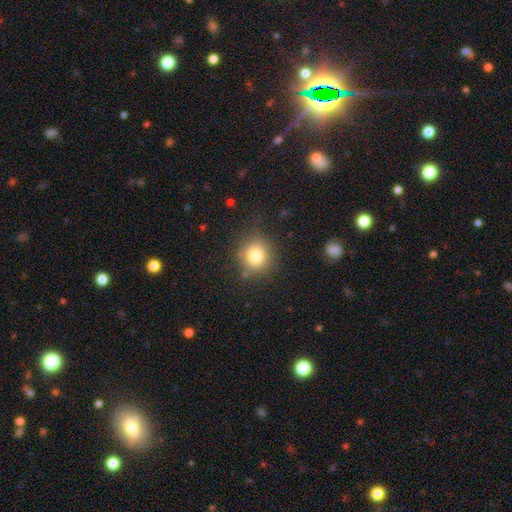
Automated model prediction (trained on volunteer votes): smooth 80%, star or artifact 12%, featured or disk 8%. Down the decision tree: how rounded — round (86%); merging — none (82%).